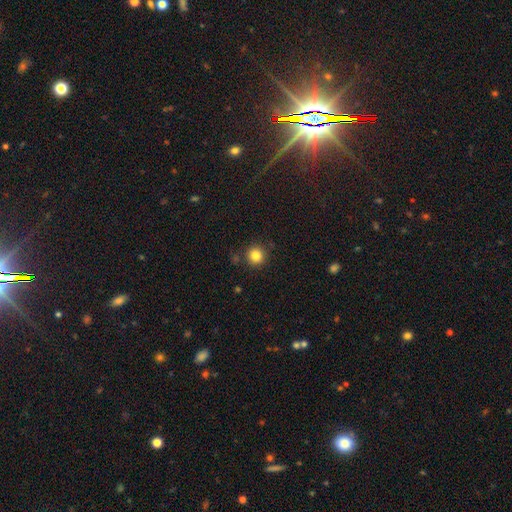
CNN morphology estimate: Smooth or featured?
  - smooth: 84% *
  - star or artifact: 12%
  - featured or disk: 5%
How rounded?
  - round: 94% *
  - in between: 5%
  - cigar-shaped: 1%
Merging?
  - none: 88% *
  - minor disturbance: 7%
  - merger: 3%
  - major disturbance: 2%